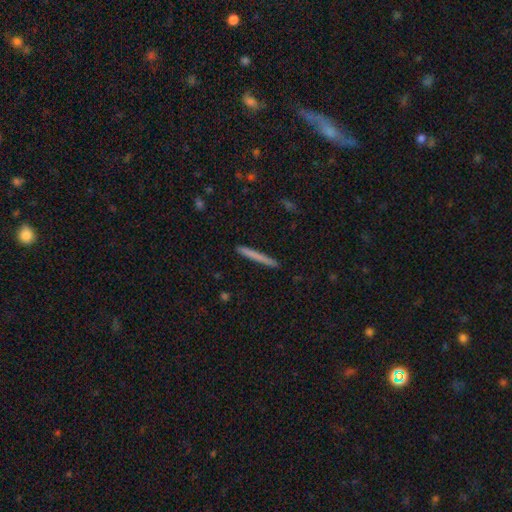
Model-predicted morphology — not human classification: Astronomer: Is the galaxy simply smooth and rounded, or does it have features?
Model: smooth — 70%.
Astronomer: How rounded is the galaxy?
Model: cigar-shaped — 97%.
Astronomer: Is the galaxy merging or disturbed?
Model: none — 92%.